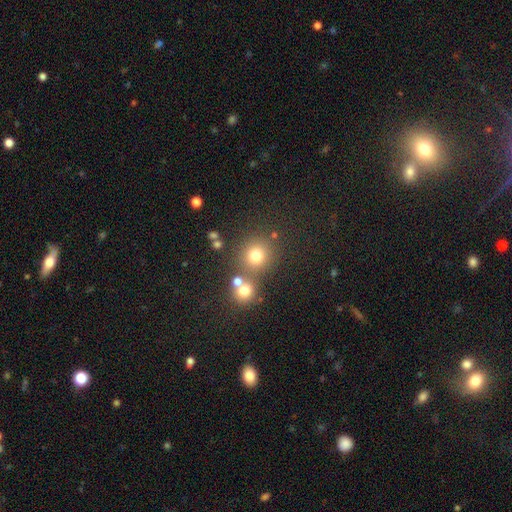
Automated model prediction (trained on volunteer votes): This is likely a smooth galaxy (74%). How rounded: clearly round (90%). Merging: likely none (70%).